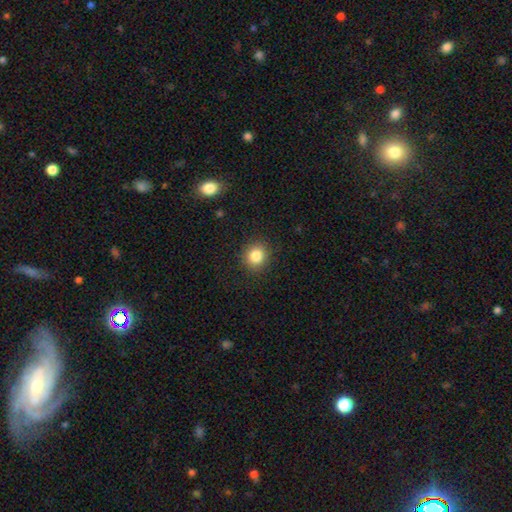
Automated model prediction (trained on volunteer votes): smooth-or-featured: smooth: 84% | star or artifact: 11% | featured or disk: 6%
  how-rounded: round: 83% | in between: 16% | cigar-shaped: 1%
  merging: none: 89% | minor disturbance: 7% | major disturbance: 2% | merger: 1%